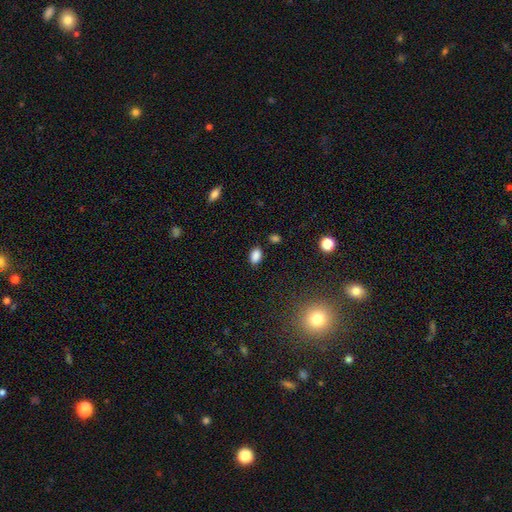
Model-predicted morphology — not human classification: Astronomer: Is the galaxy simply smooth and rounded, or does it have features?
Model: smooth — 86%.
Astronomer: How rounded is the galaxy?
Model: in between — 89%.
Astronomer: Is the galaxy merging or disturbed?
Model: none — 83%.